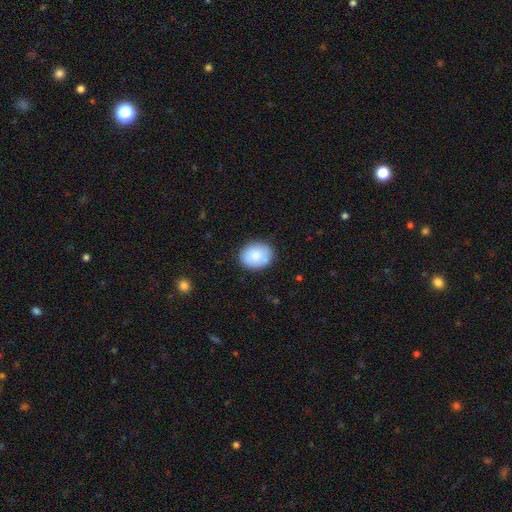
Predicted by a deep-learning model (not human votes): This is clearly a smooth galaxy (82%). How rounded: possibly round (51%). Merging: likely none (79%).